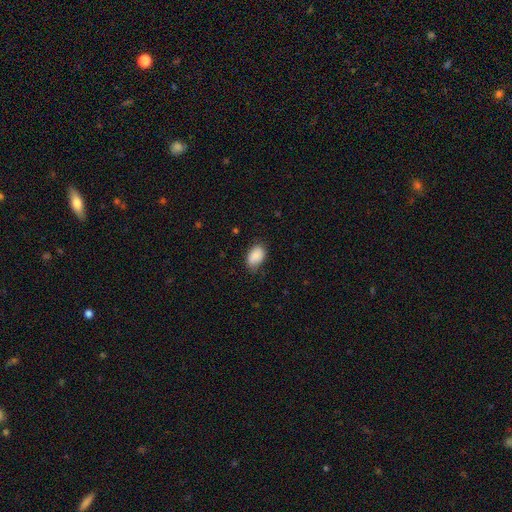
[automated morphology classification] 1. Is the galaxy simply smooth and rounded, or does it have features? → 88% smooth, 7% star or artifact, 5% featured or disk.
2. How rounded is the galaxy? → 89% in between, 10% round, 1% cigar-shaped.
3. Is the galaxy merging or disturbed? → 72% none, 23% minor disturbance, 4% major disturbance, 1% merger.